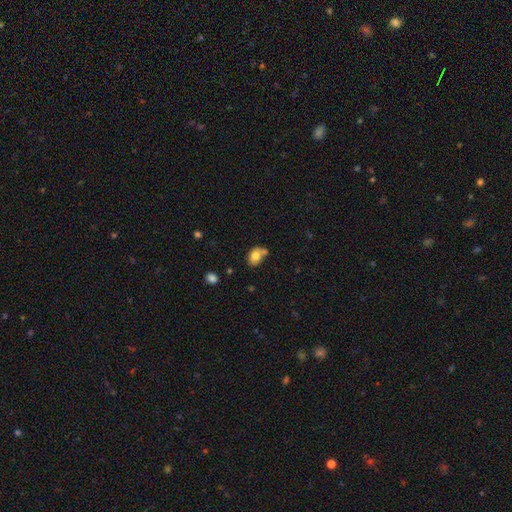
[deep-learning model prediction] Smooth or featured: smooth — 78% (featured or disk — 13%)
How rounded: in between — 68% (round — 31%)
Merging: none — 49% (merger — 29%)